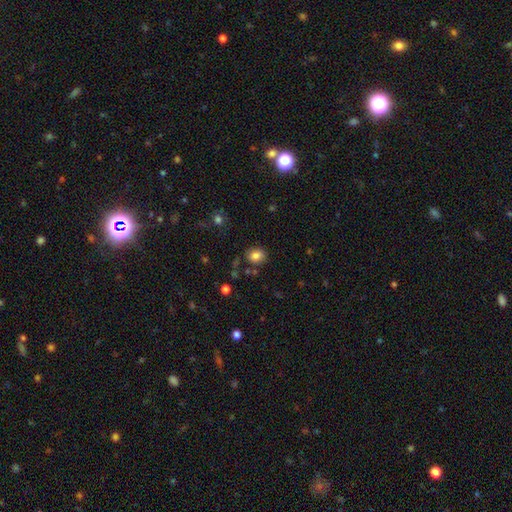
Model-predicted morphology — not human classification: Smooth or featured? smooth (83%)
How rounded? round (59%)
Merging? none (81%)